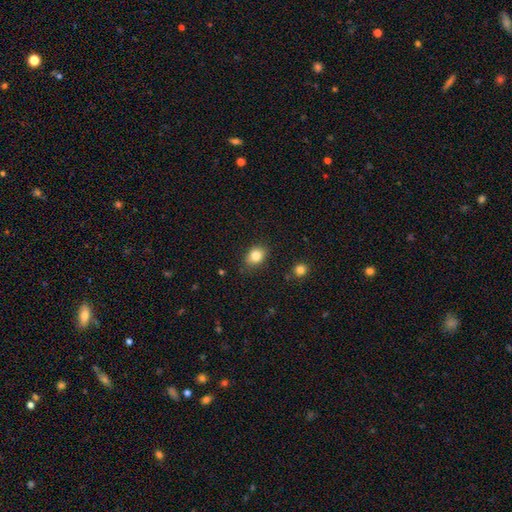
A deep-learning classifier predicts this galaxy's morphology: A smooth galaxy with no disk features (84%) that is in between round and cigar-shaped (62%). Merging: none (82%).